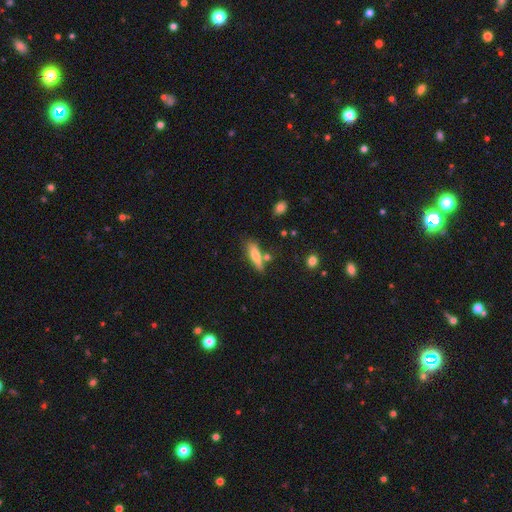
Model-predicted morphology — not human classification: A smooth galaxy with no disk features (72%) that is cigar-shaped (62%).

Vote fractions:
- Smooth or featured? smooth: 72% / featured or disk: 21% / star or artifact: 7%
- How rounded? cigar-shaped: 62% / in between: 36% / round: 2%
- Merging? none: 65% / minor disturbance: 18% / merger: 12% / major disturbance: 5%